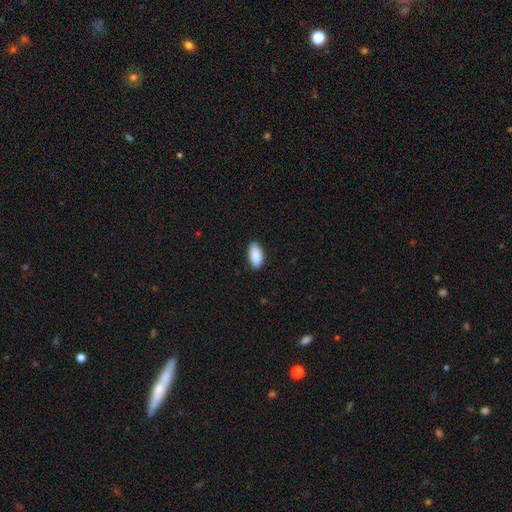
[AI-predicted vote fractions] Smooth or featured: smooth — 91% (star or artifact — 6%)
How rounded: in between — 93% (cigar-shaped — 5%)
Merging: none — 87% (minor disturbance — 10%)